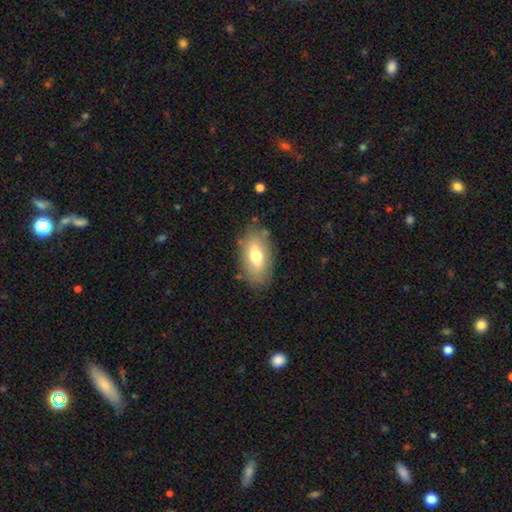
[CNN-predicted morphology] A smooth galaxy with no disk features (66%) that is in between round and cigar-shaped (89%). Merging: none (79%).